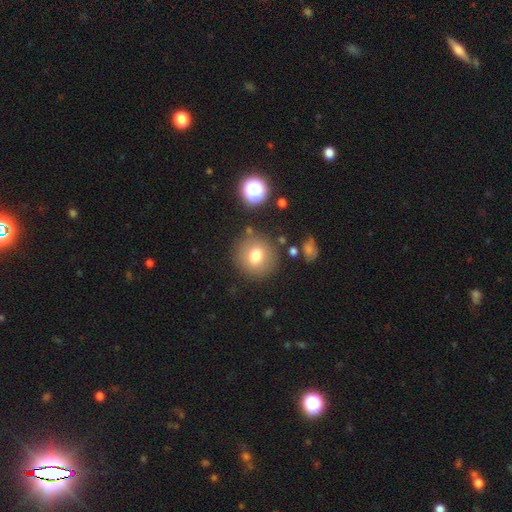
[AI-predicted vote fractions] Overall: smooth (75%). How rounded: round (89%). Merging: none (83%).